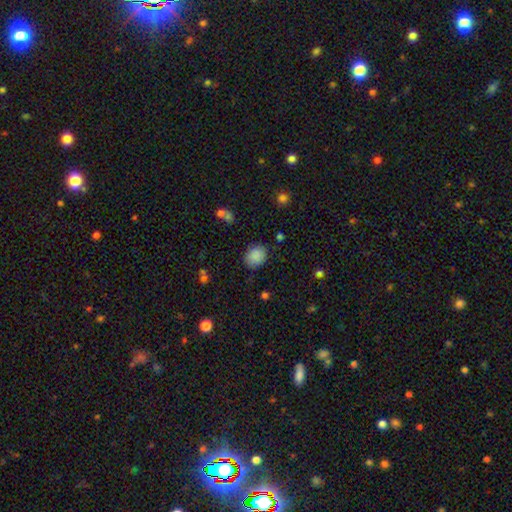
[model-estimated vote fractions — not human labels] smooth-or-featured: smooth: 87% | star or artifact: 8% | featured or disk: 4%
  how-rounded: round: 52% | in between: 47% | cigar-shaped: 1%
  merging: none: 81% | minor disturbance: 13% | major disturbance: 4% | merger: 2%